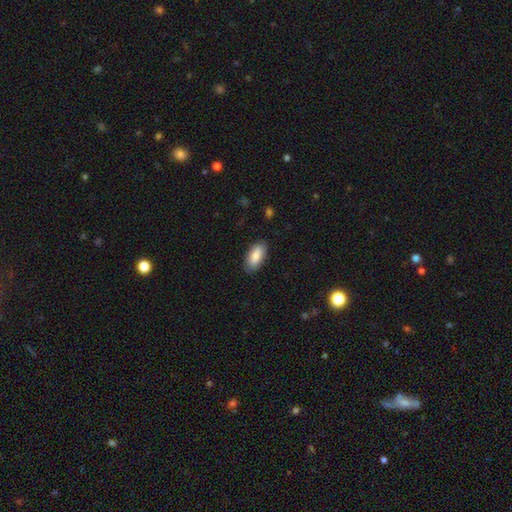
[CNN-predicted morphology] This appears to be a smooth galaxy with no disk features (83%) that is in between round and cigar-shaped (89%). Merging: none (86%).